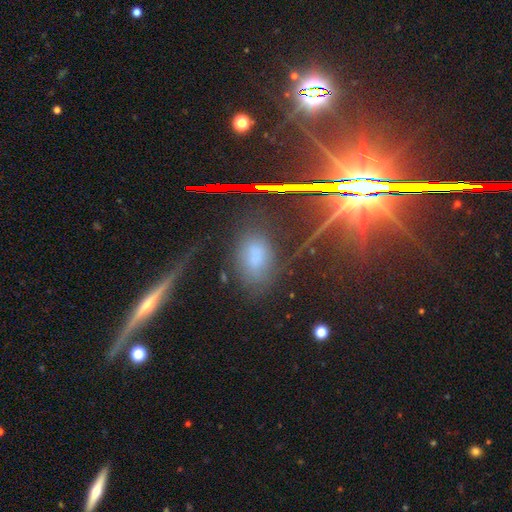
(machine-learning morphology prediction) Smooth or featured? Predicted: smooth (p=0.47). Merging? Predicted: none (p=0.72).